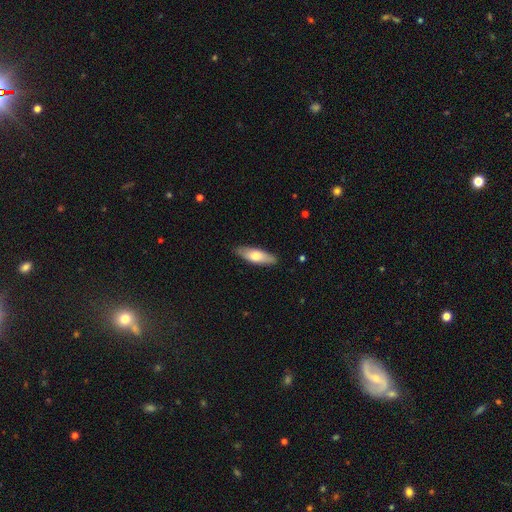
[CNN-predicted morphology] The model was most divided on "how rounded": in between: 51%, cigar-shaped: 47%, round: 2%. More confident: merging — none (87%); smooth or featured — smooth (68%).